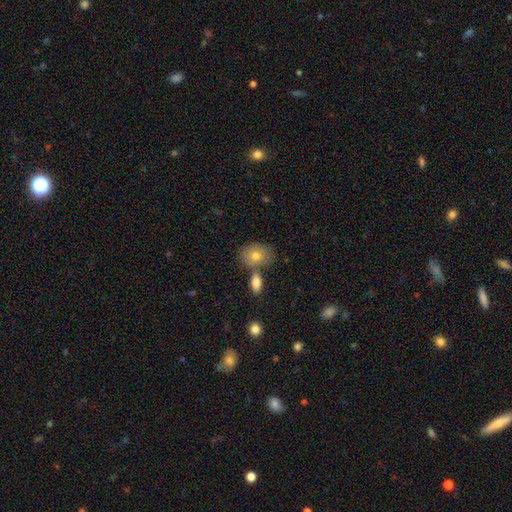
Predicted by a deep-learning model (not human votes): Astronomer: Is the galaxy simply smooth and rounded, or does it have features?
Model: smooth — 77%.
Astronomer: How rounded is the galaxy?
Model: in between — 68%.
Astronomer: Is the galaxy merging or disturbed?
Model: none — 62%.